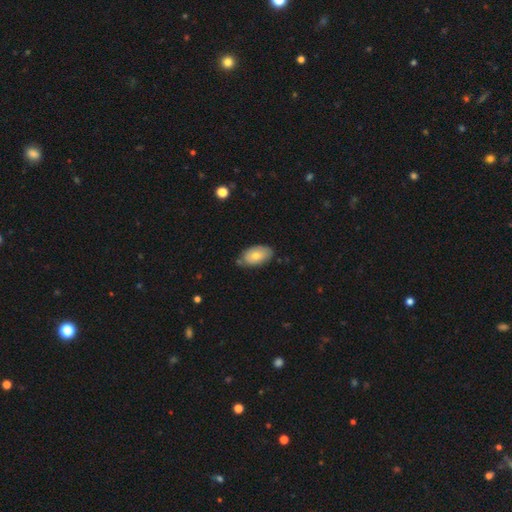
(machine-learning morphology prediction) This is likely a smooth galaxy (74%). How rounded: clearly in between (93%). Merging: likely none (72%).